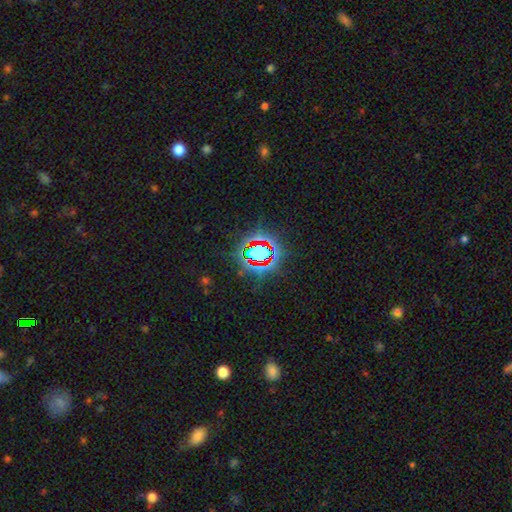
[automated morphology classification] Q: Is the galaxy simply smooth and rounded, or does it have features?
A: star or artifact — 72%.